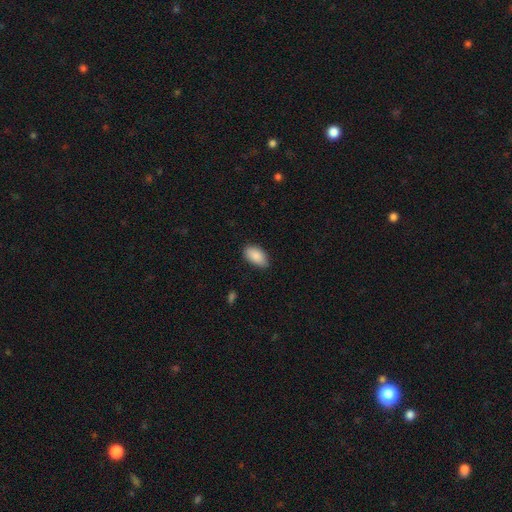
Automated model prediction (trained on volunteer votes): The model was most divided on "merging": none: 82%, minor disturbance: 14%, major disturbance: 2%, merger: 1%. More confident: how rounded — in between (94%); smooth or featured — smooth (90%).